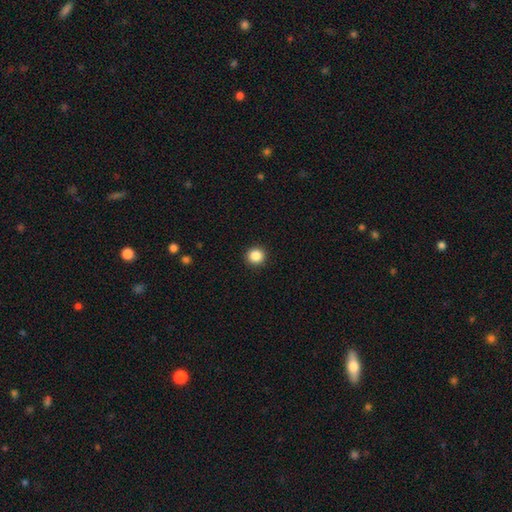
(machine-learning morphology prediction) This appears to be a smooth galaxy with no disk features (87%) that is round (92%). Merging: none (92%).